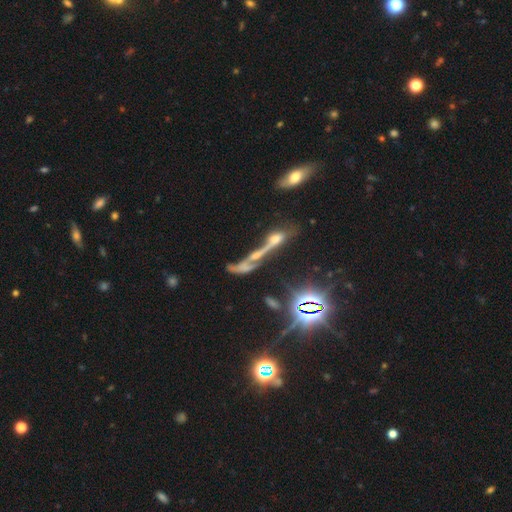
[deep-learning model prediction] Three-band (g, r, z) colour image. It shows a featured or disk galaxy (50%). Merging: merger (63%).